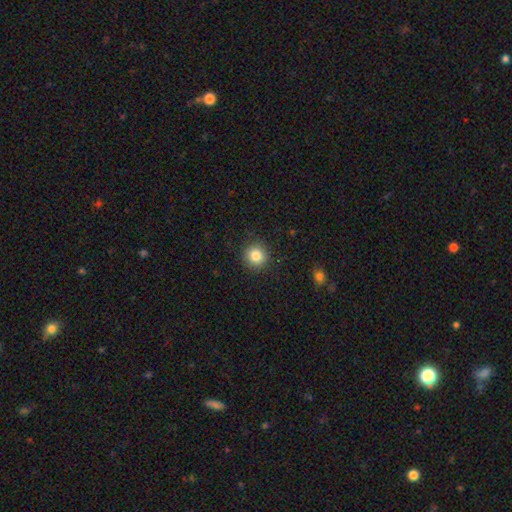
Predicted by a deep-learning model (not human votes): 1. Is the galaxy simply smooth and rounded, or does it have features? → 84% smooth, 11% star or artifact, 5% featured or disk.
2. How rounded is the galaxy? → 92% round, 7% in between, 1% cigar-shaped.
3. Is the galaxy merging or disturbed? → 90% none, 7% minor disturbance, 2% major disturbance, 1% merger.